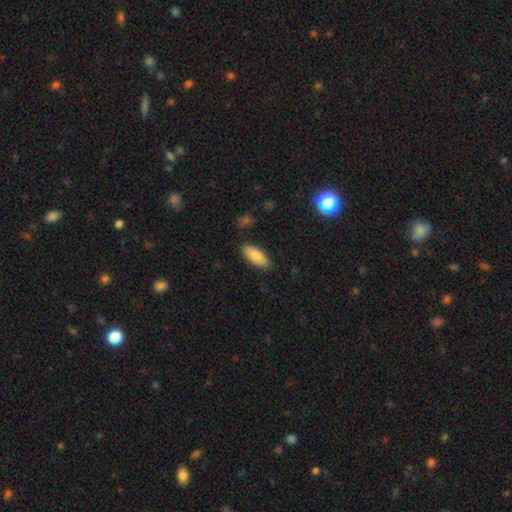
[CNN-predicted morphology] smooth 84%, featured or disk 9%, star or artifact 6%. Down the decision tree: how rounded — in between (80%); merging — none (86%).